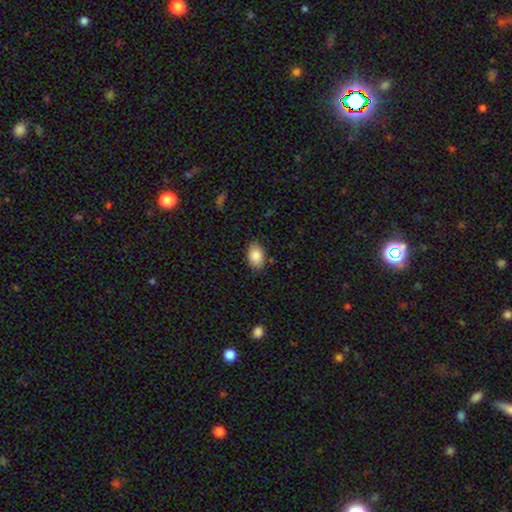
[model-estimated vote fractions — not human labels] smooth-or-featured: smooth: 86% | star or artifact: 7% | featured or disk: 7%
  how-rounded: in between: 88% | round: 11% | cigar-shaped: 1%
  merging: none: 82% | minor disturbance: 13% | major disturbance: 3% | merger: 1%